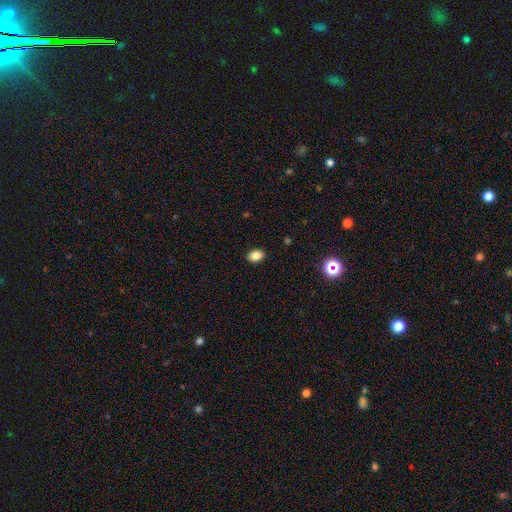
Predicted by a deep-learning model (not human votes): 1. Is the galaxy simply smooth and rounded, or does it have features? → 83% smooth, 11% star or artifact, 6% featured or disk.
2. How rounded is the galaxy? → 75% in between, 24% round, 1% cigar-shaped.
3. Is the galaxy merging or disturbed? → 90% none, 7% minor disturbance, 2% major disturbance, 1% merger.